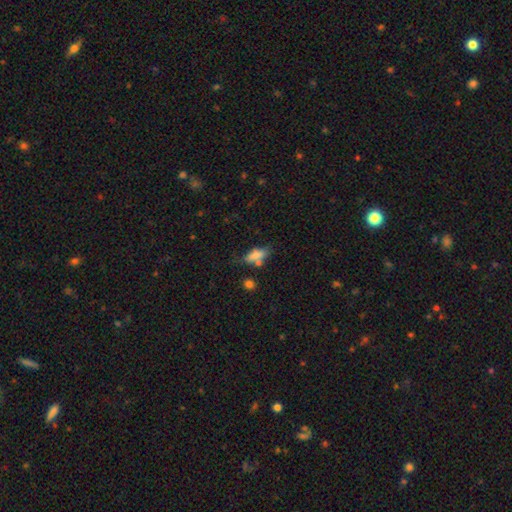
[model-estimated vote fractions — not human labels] A smooth galaxy with no disk features (71%) that is in between round and cigar-shaped (63%).

Vote fractions:
- Smooth or featured? smooth: 71% / featured or disk: 18% / star or artifact: 11%
- How rounded? in between: 63% / cigar-shaped: 32% / round: 5%
- Merging? none: 52% / minor disturbance: 22% / merger: 16% / major disturbance: 9%